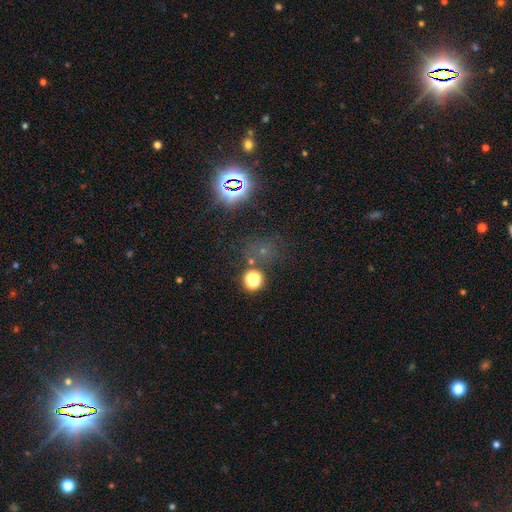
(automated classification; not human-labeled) Smooth or featured?
  - star or artifact: 56% *
  - smooth: 36%
  - featured or disk: 8%